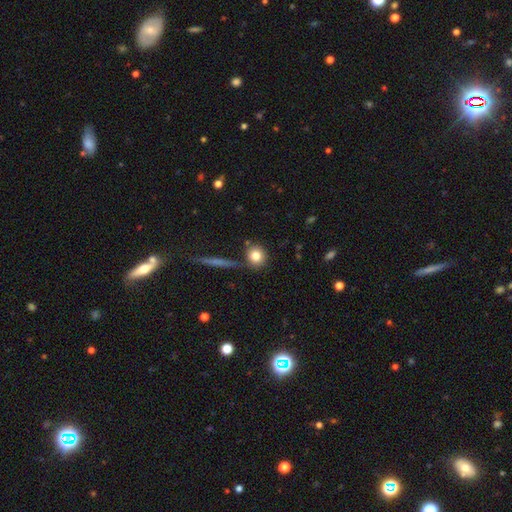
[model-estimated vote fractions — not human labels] The model was most divided on "merging": none: 80%, minor disturbance: 10%, merger: 8%, major disturbance: 3%. More confident: how rounded — round (88%); smooth or featured — smooth (81%).